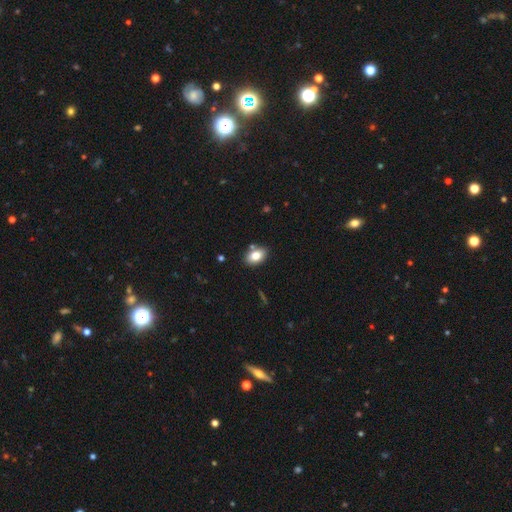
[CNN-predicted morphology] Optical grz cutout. It shows a smooth galaxy with no disk features (81%) that is in between round and cigar-shaped (86%). Merging: none (80%).